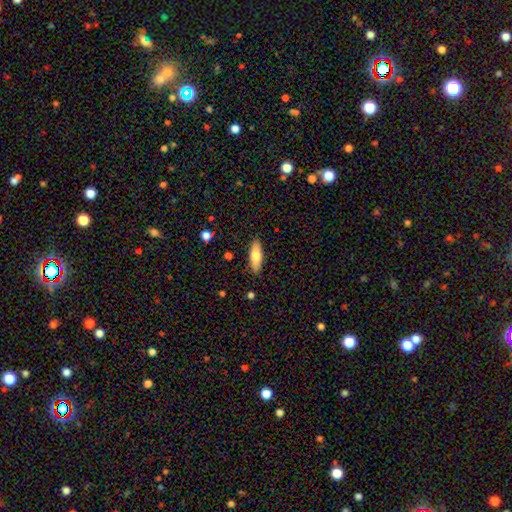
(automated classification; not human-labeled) The model was most divided on "how rounded": in between: 60%, cigar-shaped: 38%, round: 2%. More confident: merging — none (88%); smooth or featured — smooth (71%).